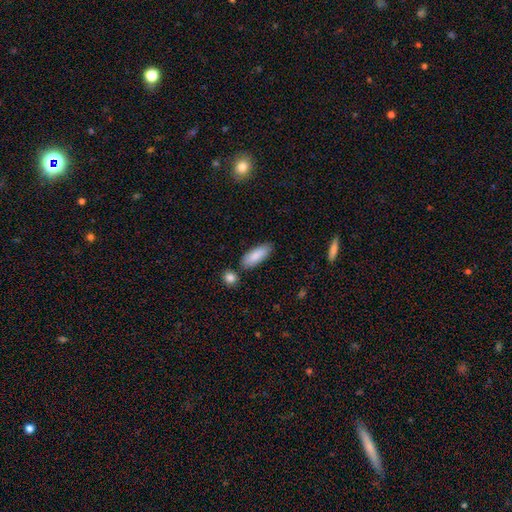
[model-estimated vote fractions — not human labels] Q: Smooth or featured?
A: smooth (88%); runner-up: featured or disk (6%)
Q: How rounded?
A: in between (71%); runner-up: cigar-shaped (27%)
Q: Merging?
A: none (76%); runner-up: minor disturbance (14%)